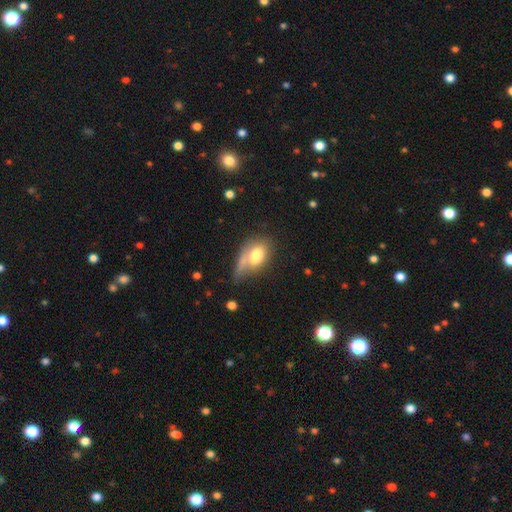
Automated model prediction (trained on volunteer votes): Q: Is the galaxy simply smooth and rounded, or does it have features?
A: smooth — 73%.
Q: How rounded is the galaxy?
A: in between — 80%.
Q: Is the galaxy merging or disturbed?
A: none — 32%.